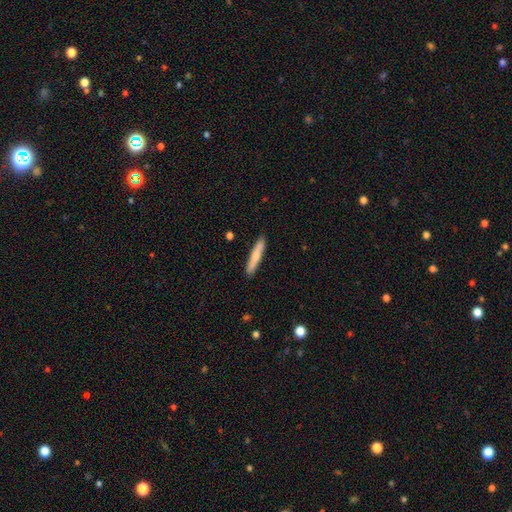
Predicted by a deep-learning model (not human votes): Smooth or featured? Predicted: smooth (p=0.68). How rounded? Predicted: cigar-shaped (p=0.92). Merging? Predicted: none (p=0.89).